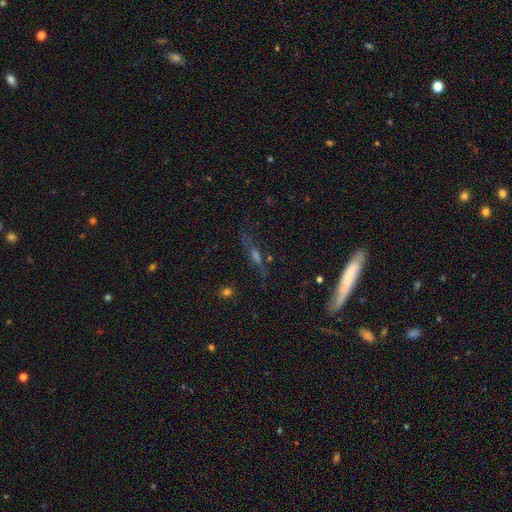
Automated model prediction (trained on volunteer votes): Smooth or featured?
  - featured or disk: 50% *
  - smooth: 27%
  - star or artifact: 23%
Edge-on disk?
  - yes: 66% *
  - no: 34%
Merging?
  - none: 66% *
  - minor disturbance: 17%
  - major disturbance: 12%
  - merger: 5%